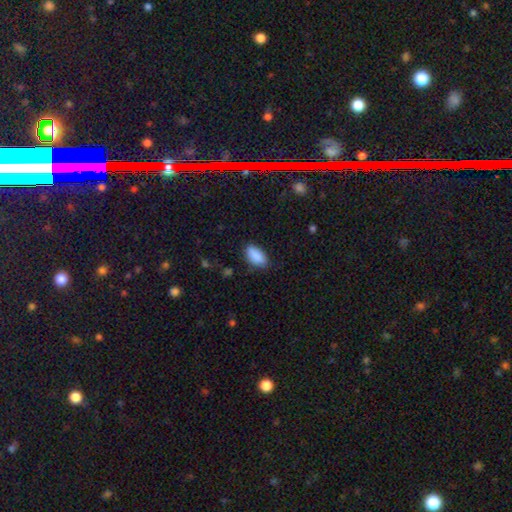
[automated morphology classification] smooth_or_featured: smooth (p=0.90) [alt: star or artifact p=0.07]
how_rounded: in between (p=0.93) [alt: round p=0.03]
merging: none (p=0.80) [alt: minor disturbance p=0.15]